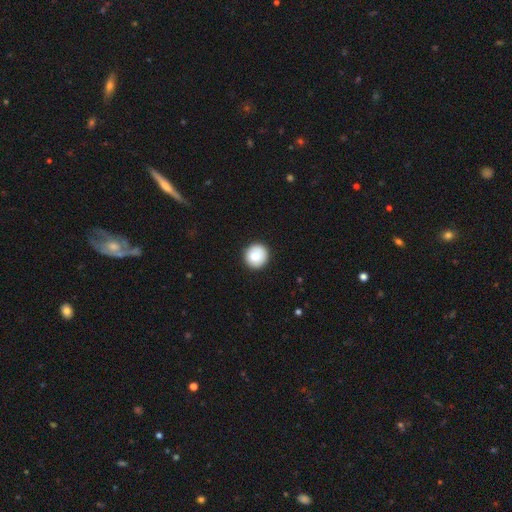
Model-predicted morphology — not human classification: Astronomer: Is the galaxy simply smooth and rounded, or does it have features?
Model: smooth — 85%.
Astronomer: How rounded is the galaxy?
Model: round — 93%.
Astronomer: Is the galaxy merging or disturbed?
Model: none — 90%.